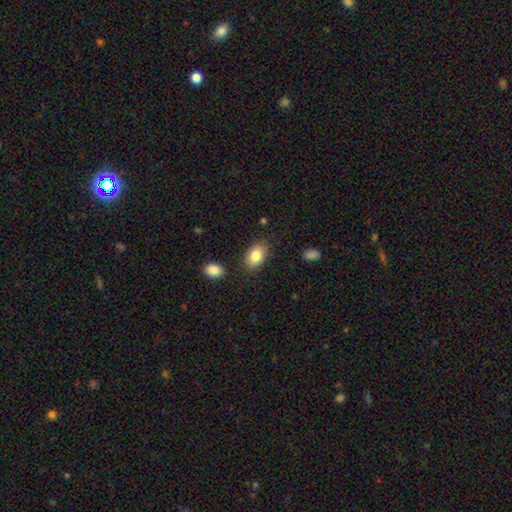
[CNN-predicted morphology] Smooth or featured?
  - smooth: 84% *
  - featured or disk: 9%
  - star or artifact: 7%
How rounded?
  - in between: 89% *
  - round: 10%
  - cigar-shaped: 1%
Merging?
  - none: 83% *
  - minor disturbance: 11%
  - major disturbance: 3%
  - merger: 3%